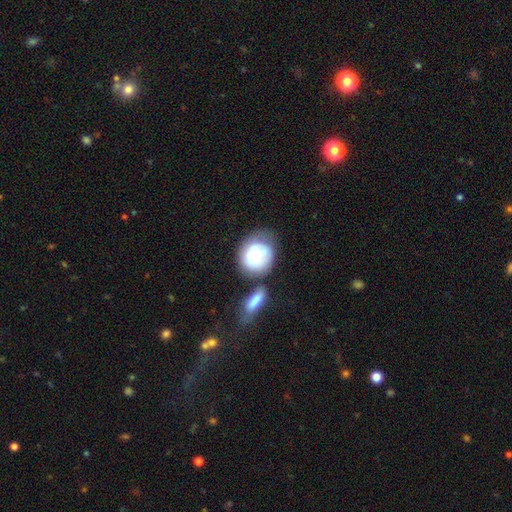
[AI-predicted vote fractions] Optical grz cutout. It shows a smooth galaxy with no disk features (65%) that is round (71%). Merging: none (35%).